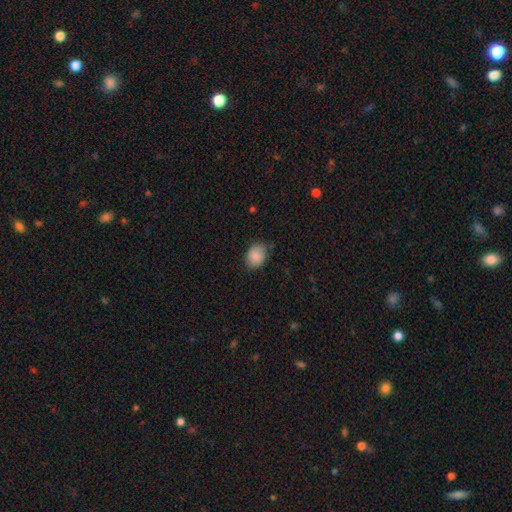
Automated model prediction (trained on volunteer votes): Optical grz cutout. It shows a smooth galaxy with no disk features (87%) that is in between round and cigar-shaped (66%). Merging: none (79%).